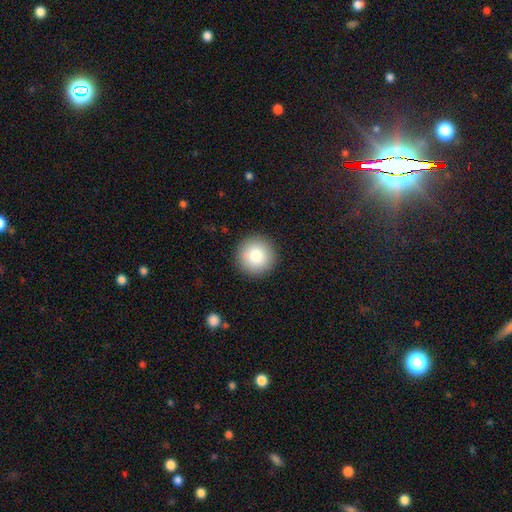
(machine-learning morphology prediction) Smooth or featured? Predicted: smooth (p=0.84). How rounded? Predicted: round (p=0.96). Merging? Predicted: none (p=0.92).